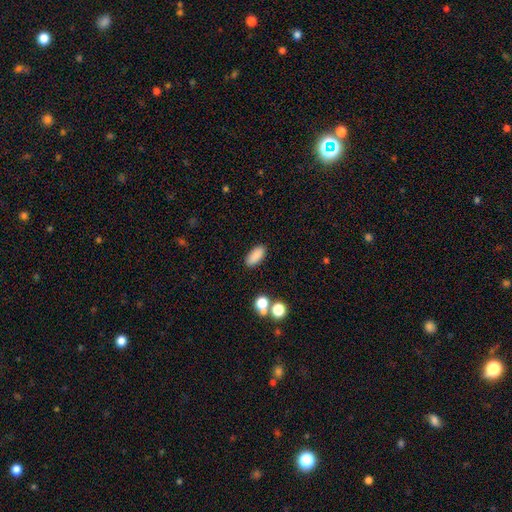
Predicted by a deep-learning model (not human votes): A smooth galaxy with no disk features (87%) that is in between round and cigar-shaped (85%).

Vote fractions:
- Smooth or featured? smooth: 87% / star or artifact: 9% / featured or disk: 5%
- How rounded? in between: 85% / cigar-shaped: 12% / round: 3%
- Merging? none: 87% / minor disturbance: 8% / merger: 3% / major disturbance: 2%